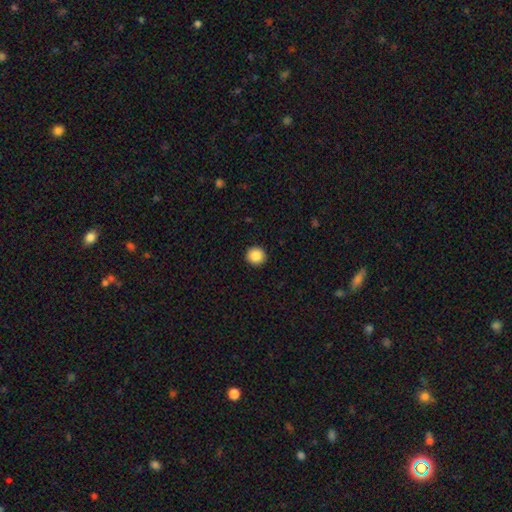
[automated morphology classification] Smooth or featured?
  - smooth: 88% *
  - star or artifact: 9%
  - featured or disk: 3%
How rounded?
  - round: 94% *
  - in between: 5%
  - cigar-shaped: 1%
Merging?
  - none: 93% *
  - minor disturbance: 5%
  - major disturbance: 2%
  - merger: 1%